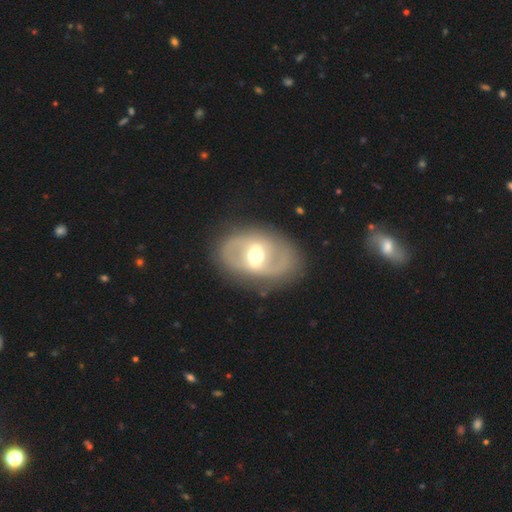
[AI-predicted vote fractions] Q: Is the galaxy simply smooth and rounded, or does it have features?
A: featured or disk — 72%.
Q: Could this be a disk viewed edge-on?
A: no — 93%.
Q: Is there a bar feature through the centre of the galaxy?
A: strong — 45%.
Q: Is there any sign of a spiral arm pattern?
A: no — 53%.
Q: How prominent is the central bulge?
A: moderate — 67%.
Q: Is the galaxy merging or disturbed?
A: none — 80%.